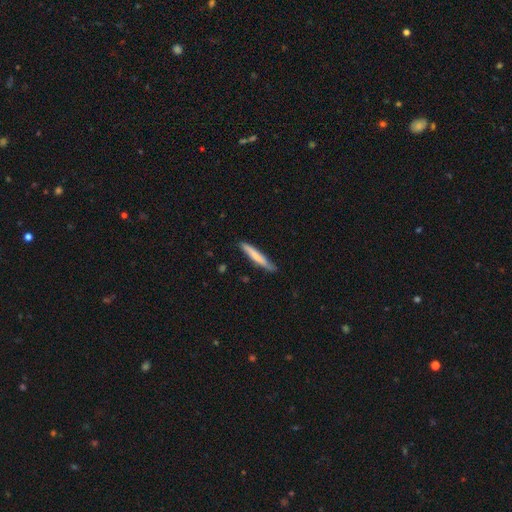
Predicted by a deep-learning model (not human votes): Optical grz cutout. It shows a smooth galaxy with no disk features (69%) that is cigar-shaped (94%). Merging: none (78%).